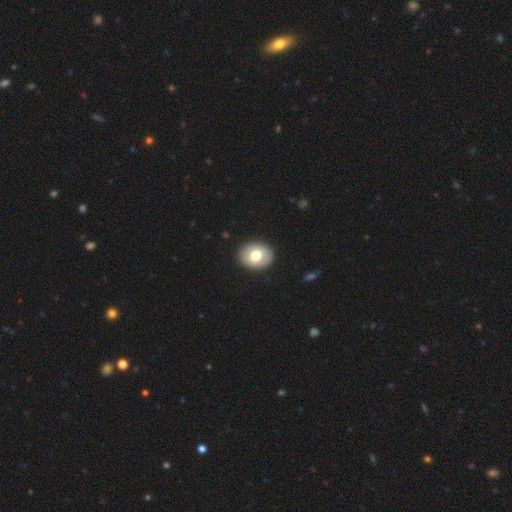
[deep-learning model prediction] This appears to be a smooth galaxy with no disk features (62%) that is in between round and cigar-shaped (54%). Merging: none (88%).